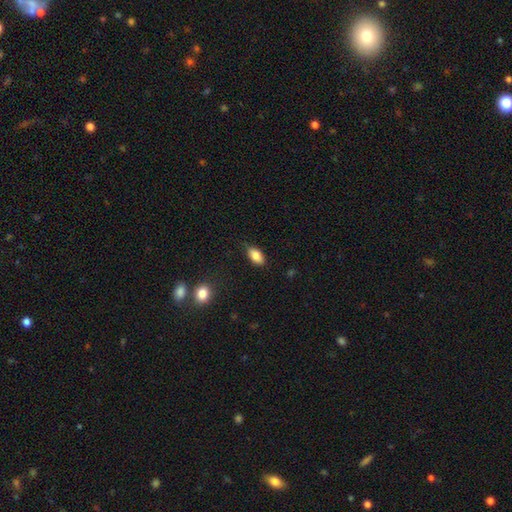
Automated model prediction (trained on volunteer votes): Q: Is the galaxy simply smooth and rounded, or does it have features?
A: smooth — 85%.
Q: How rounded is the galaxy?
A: in between — 91%.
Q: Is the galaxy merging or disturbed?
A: none — 79%.